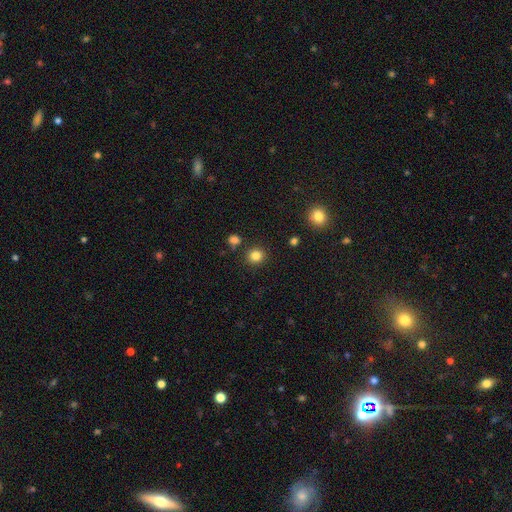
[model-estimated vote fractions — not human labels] A smooth galaxy with no disk features (84%) that is round (87%).

Vote fractions:
- Smooth or featured? smooth: 84% / star or artifact: 12% / featured or disk: 4%
- How rounded? round: 87% / in between: 12% / cigar-shaped: 1%
- Merging? none: 87% / minor disturbance: 6% / merger: 4% / major disturbance: 2%